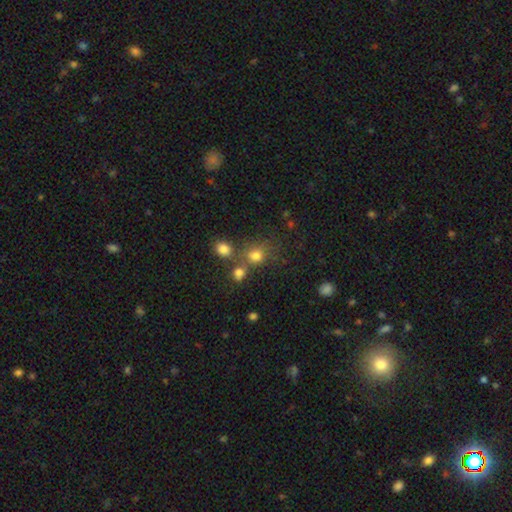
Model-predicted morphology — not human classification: smooth 76%, star or artifact 15%, featured or disk 9%. Down the decision tree: how rounded — round (69%); merging — none (54%).